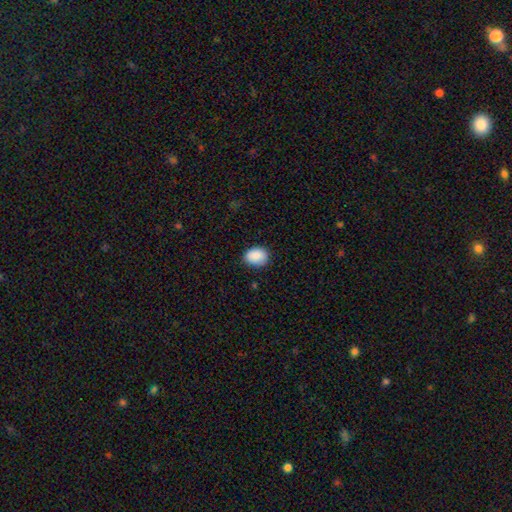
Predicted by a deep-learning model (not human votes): A smooth galaxy with no disk features (89%) that is in between round and cigar-shaped (60%).

Vote fractions:
- Smooth or featured? smooth: 89% / star or artifact: 7% / featured or disk: 3%
- How rounded? in between: 60% / round: 39% / cigar-shaped: 1%
- Merging? none: 82% / minor disturbance: 15% / major disturbance: 3% / merger: 1%